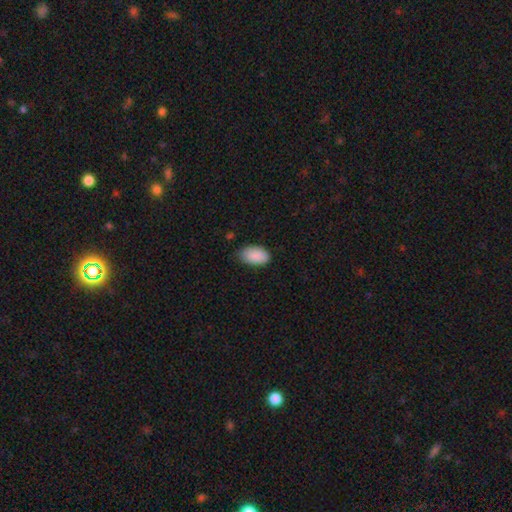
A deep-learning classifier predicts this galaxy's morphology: Q: Smooth or featured?
A: smooth (90%); runner-up: star or artifact (7%)
Q: How rounded?
A: in between (94%); runner-up: round (5%)
Q: Merging?
A: none (75%); runner-up: minor disturbance (21%)